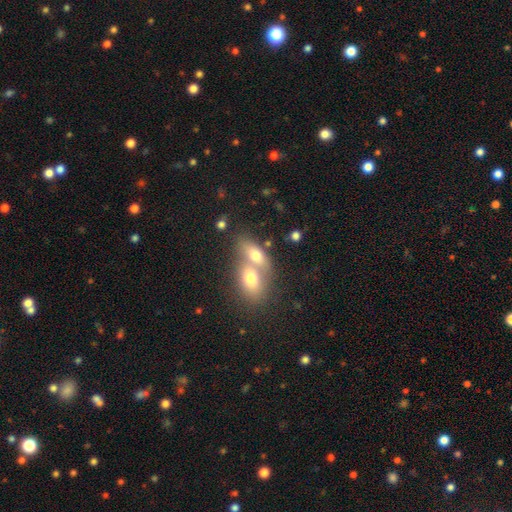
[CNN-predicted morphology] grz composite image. It shows a smooth galaxy with no disk features (70%) that is in between round and cigar-shaped (80%). Merging: merger (67%).